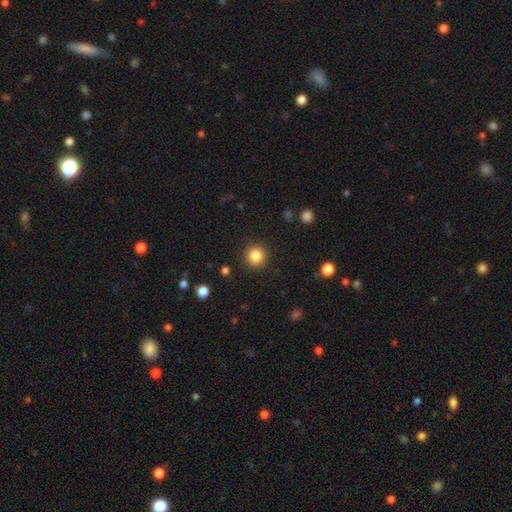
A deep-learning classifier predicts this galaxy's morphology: smooth_or_featured: smooth (p=0.85) [alt: star or artifact p=0.11]
how_rounded: round (p=0.93) [alt: in between p=0.06]
merging: none (p=0.91) [alt: minor disturbance p=0.06]